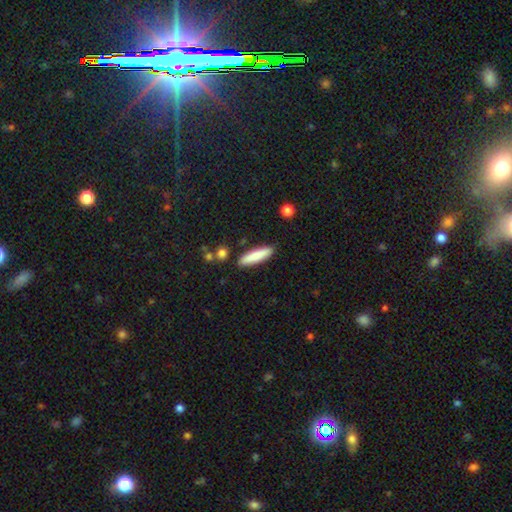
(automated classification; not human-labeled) A smooth galaxy with no disk features (82%) that is cigar-shaped (78%).

Vote fractions:
- Smooth or featured? smooth: 82% / featured or disk: 13% / star or artifact: 6%
- How rounded? cigar-shaped: 78% / in between: 21% / round: 1%
- Merging? none: 88% / minor disturbance: 8% / merger: 2% / major disturbance: 2%